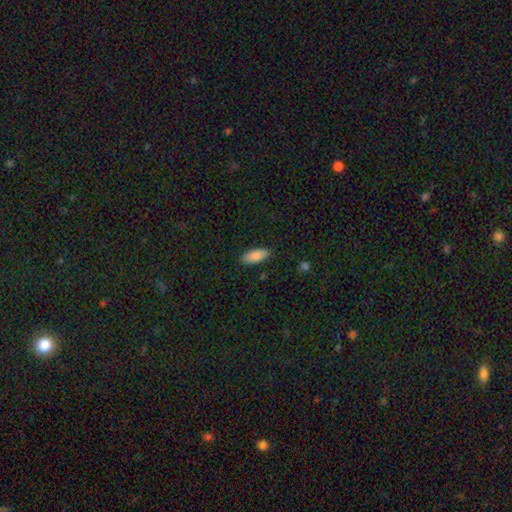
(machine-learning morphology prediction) Smooth or featured?
  - smooth: 88% *
  - star or artifact: 6%
  - featured or disk: 5%
How rounded?
  - in between: 85% *
  - cigar-shaped: 13%
  - round: 2%
Merging?
  - none: 87% *
  - minor disturbance: 10%
  - major disturbance: 2%
  - merger: 1%